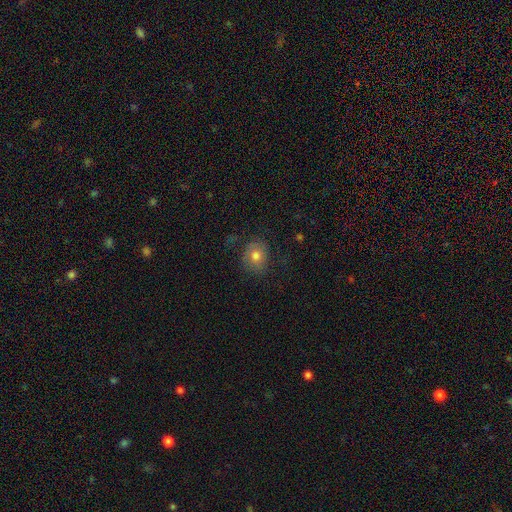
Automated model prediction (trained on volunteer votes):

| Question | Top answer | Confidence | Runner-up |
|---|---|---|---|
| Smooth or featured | smooth | 76% | featured or disk (14%) |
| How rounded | round | 65% | in between (34%) |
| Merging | none | 76% | minor disturbance (17%) |